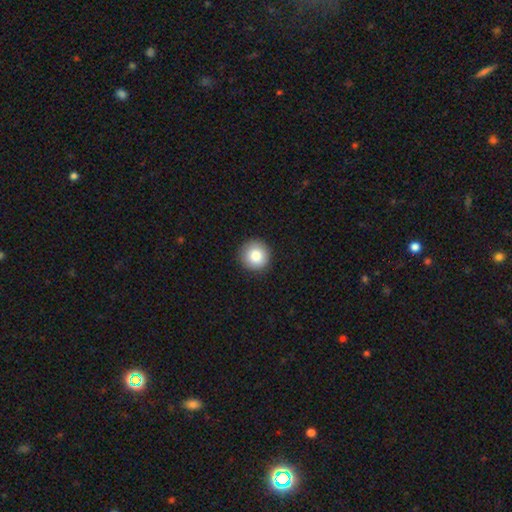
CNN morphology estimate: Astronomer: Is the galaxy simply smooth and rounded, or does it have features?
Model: smooth — 84%.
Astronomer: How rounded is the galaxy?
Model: round — 95%.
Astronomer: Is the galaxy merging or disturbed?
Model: none — 92%.